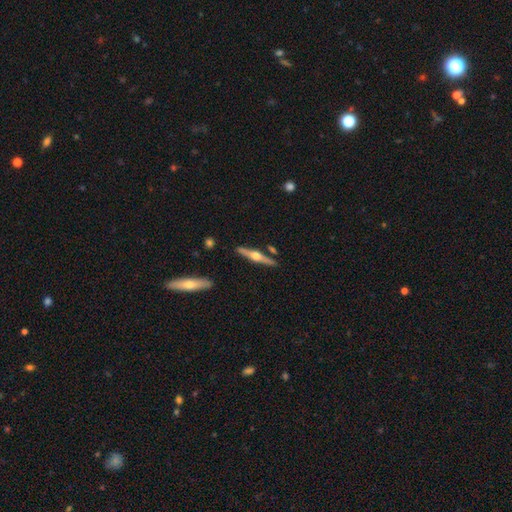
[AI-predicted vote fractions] This appears to be a featured or disk galaxy (74%) viewed edge-on (97%) with a rounded central bulge (95%). Merging: none (87%).